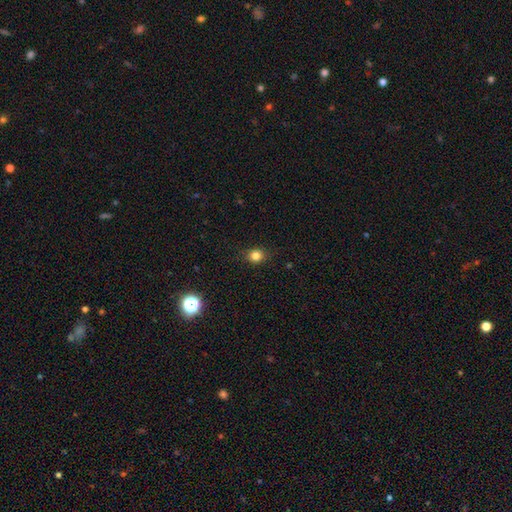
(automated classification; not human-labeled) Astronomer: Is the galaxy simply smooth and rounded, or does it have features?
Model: smooth — 82%.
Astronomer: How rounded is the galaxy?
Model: round — 75%.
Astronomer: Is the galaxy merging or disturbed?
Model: none — 87%.